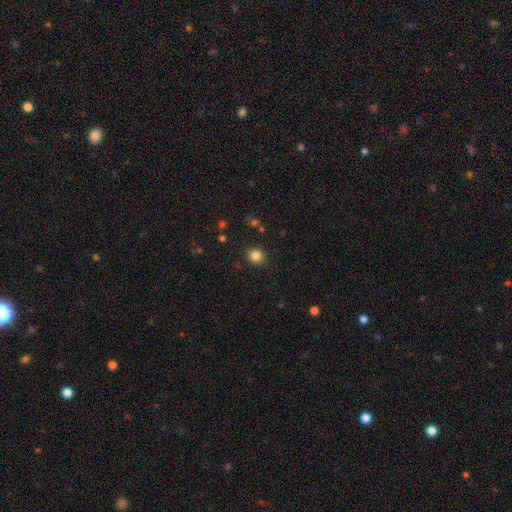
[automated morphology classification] Smooth or featured? Predicted: smooth (p=0.84). How rounded? Predicted: round (p=0.75). Merging? Predicted: none (p=0.87).